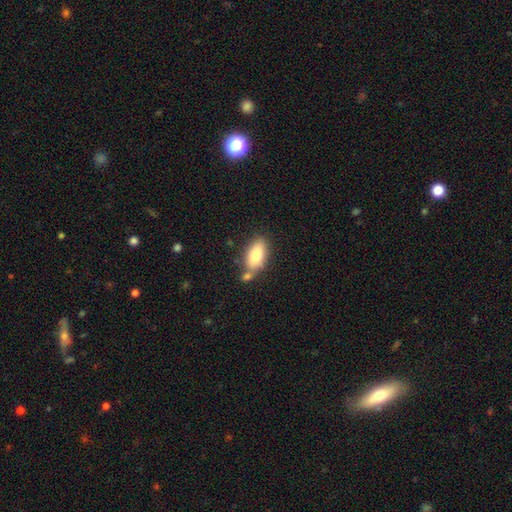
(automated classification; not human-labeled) smooth 78%, featured or disk 15%, star or artifact 7%. Down the decision tree: how rounded — in between (91%); merging — none (58%).